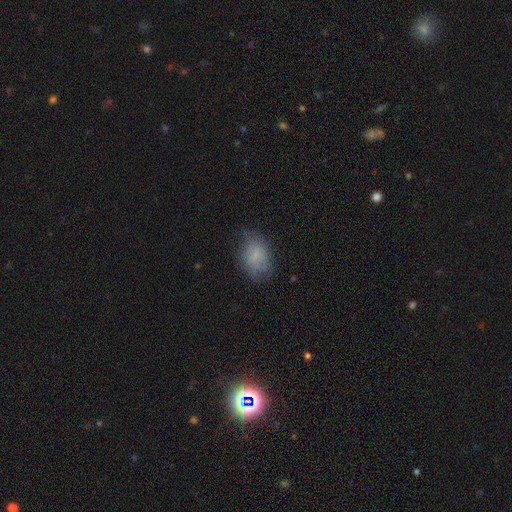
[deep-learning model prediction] smooth-or-featured: smooth: 66% | featured or disk: 24% | star or artifact: 10%
  how-rounded: in between: 80% | round: 19% | cigar-shaped: 1%
  merging: none: 54% | minor disturbance: 30% | major disturbance: 14% | merger: 2%